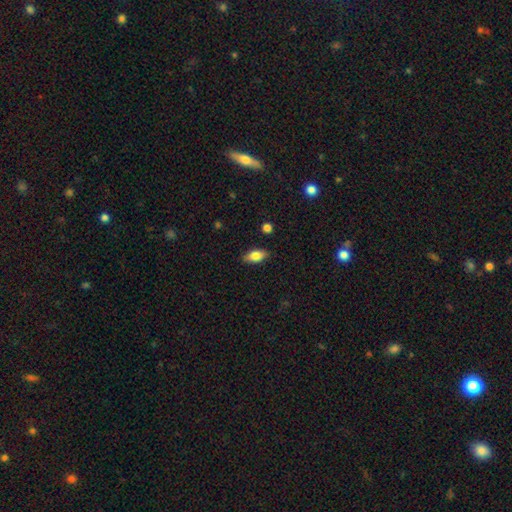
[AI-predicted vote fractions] The model was most divided on "smooth or featured": smooth: 78%, featured or disk: 15%, star or artifact: 7%. More confident: merging — none (86%); how rounded — in between (86%).